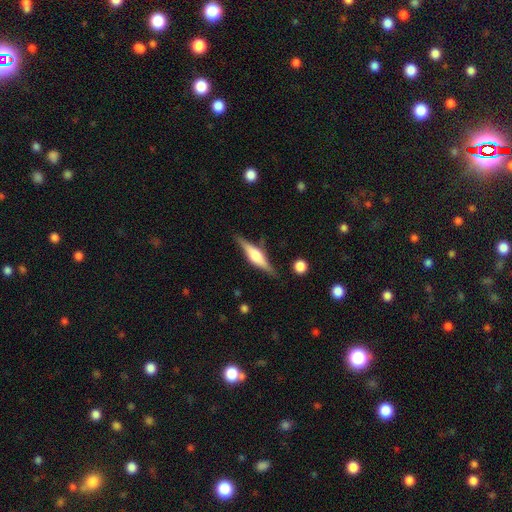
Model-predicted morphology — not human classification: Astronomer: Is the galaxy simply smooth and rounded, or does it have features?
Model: featured or disk — 68%.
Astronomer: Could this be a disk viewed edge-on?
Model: yes — 97%.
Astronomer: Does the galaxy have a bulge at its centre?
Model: rounded — 78%.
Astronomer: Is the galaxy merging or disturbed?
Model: none — 84%.